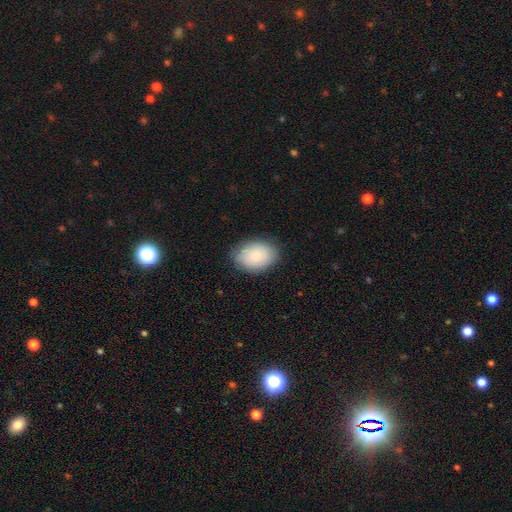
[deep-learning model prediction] A smooth galaxy with no disk features (86%) that is in between round and cigar-shaped (84%).

Vote fractions:
- Smooth or featured? smooth: 86% / featured or disk: 8% / star or artifact: 6%
- How rounded? in between: 84% / round: 15% / cigar-shaped: 1%
- Merging? none: 82% / minor disturbance: 14% / major disturbance: 3% / merger: 1%